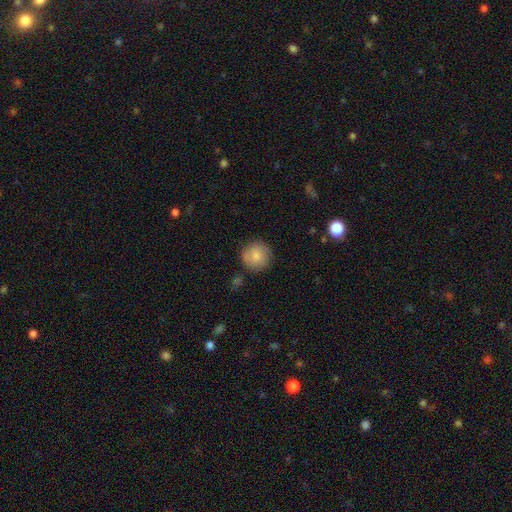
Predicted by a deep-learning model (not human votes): A smooth galaxy with no disk features (81%) that is round (94%). Merging: none (82%).